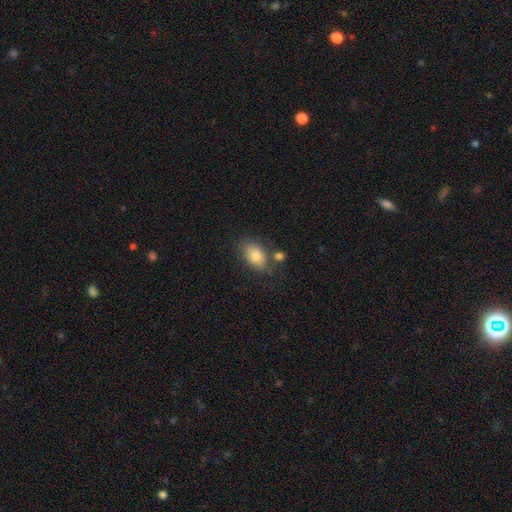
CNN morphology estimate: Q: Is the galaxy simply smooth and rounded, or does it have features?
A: smooth — 77%.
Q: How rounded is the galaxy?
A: in between — 87%.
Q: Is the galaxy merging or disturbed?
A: none — 66%.